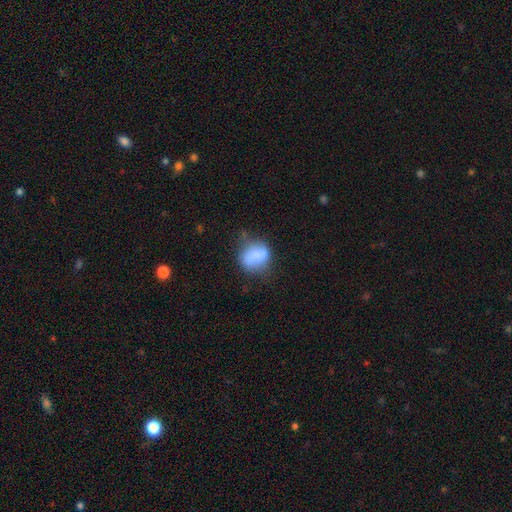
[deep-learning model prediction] smooth_or_featured: smooth (p=0.73) [alt: featured or disk p=0.18]
how_rounded: round (p=0.53) [alt: in between p=0.45]
merging: none (p=0.49) [alt: minor disturbance p=0.32]